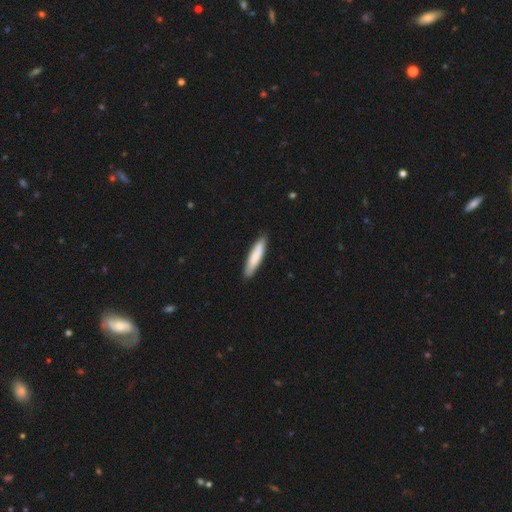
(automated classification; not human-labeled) smooth 81%, featured or disk 13%, star or artifact 5%. Down the decision tree: how rounded — cigar-shaped (84%); merging — none (88%).